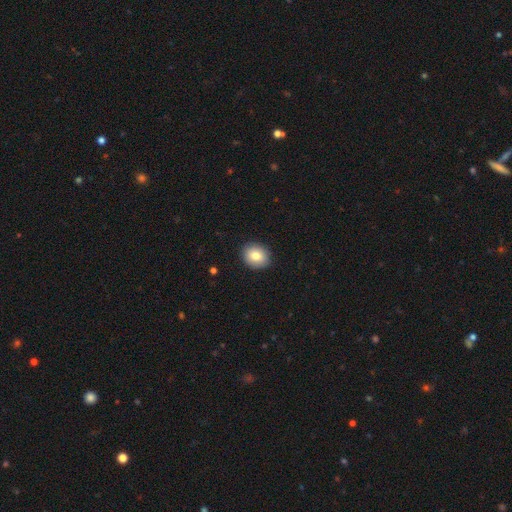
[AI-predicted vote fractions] smooth_or_featured: smooth (p=0.81) [alt: featured or disk p=0.10]
how_rounded: round (p=0.67) [alt: in between p=0.32]
merging: none (p=0.90) [alt: minor disturbance p=0.07]